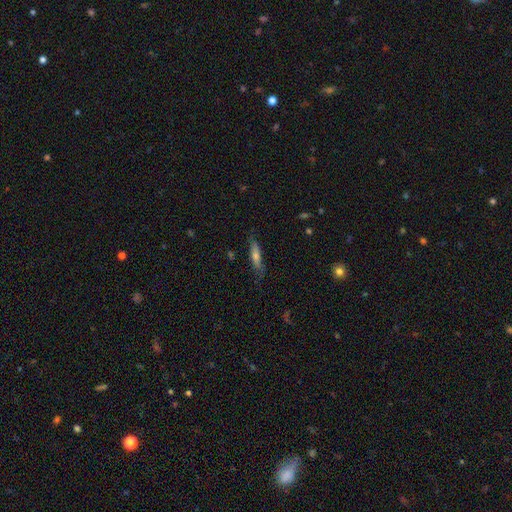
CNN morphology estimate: The model was most divided on "smooth or featured": smooth: 46%, featured or disk: 45%, star or artifact: 9%. More confident: merging — none (78%).